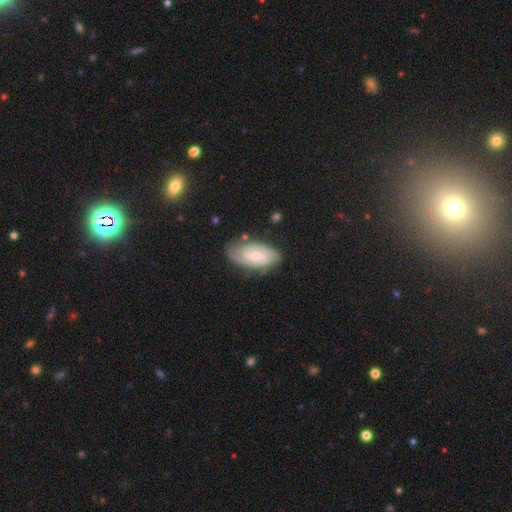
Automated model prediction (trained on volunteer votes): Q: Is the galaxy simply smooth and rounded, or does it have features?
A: featured or disk — 72%.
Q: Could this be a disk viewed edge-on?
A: no — 96%.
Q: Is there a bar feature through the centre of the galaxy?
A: weak — 52%.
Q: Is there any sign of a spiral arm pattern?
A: yes — 93%.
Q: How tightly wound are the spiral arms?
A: tight — 48%.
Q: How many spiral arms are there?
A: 2 — 69%.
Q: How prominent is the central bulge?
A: small — 51%.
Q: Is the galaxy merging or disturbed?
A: none — 72%.